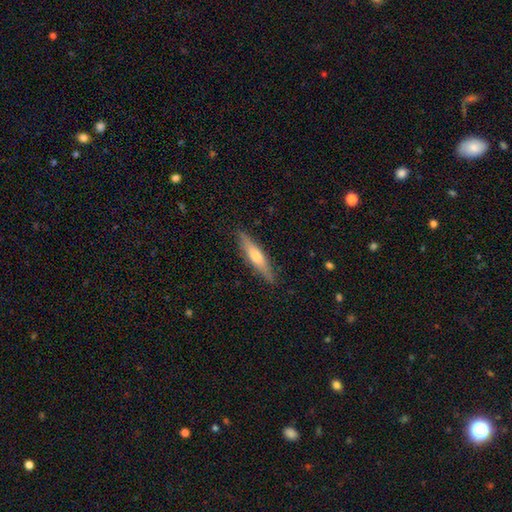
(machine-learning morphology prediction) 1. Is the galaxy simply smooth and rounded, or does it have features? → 47% featured or disk (tied), 47% smooth (tied), 6% star or artifact.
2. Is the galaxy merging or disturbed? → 88% none, 9% minor disturbance, 2% major disturbance, 1% merger.